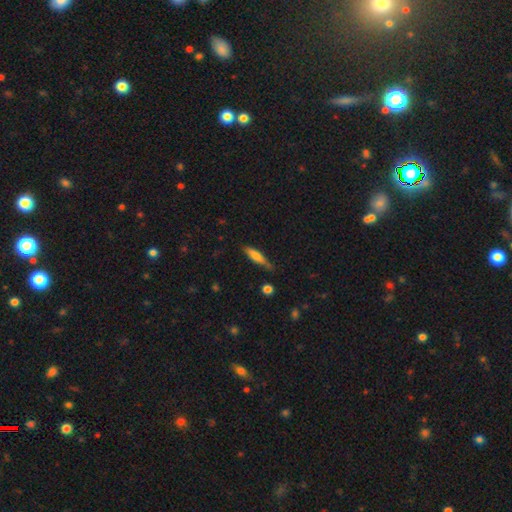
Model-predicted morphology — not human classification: The model was most divided on "smooth or featured": smooth: 63%, featured or disk: 30%, star or artifact: 7%. More confident: how rounded — cigar-shaped (73%); merging — none (67%).